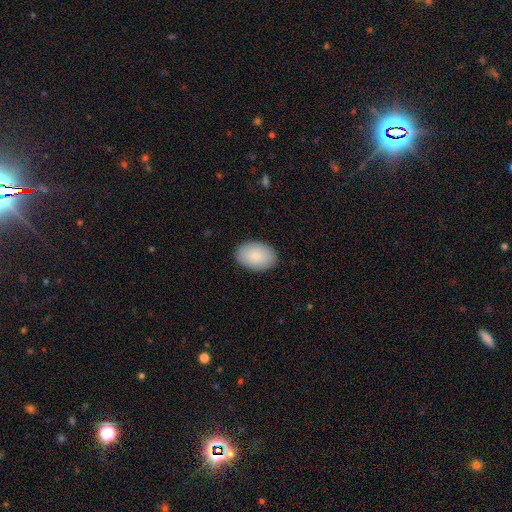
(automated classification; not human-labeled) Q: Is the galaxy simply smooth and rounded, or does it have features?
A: smooth — 88%.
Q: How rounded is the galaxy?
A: in between — 89%.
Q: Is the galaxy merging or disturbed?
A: none — 89%.